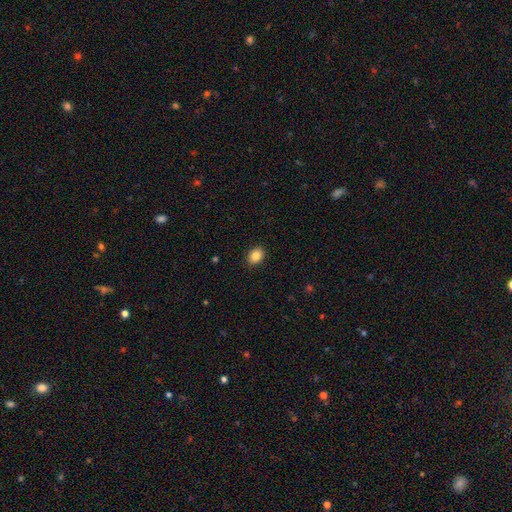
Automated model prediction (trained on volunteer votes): This is clearly a smooth galaxy (86%). How rounded: likely in between (69%). Merging: clearly none (89%).